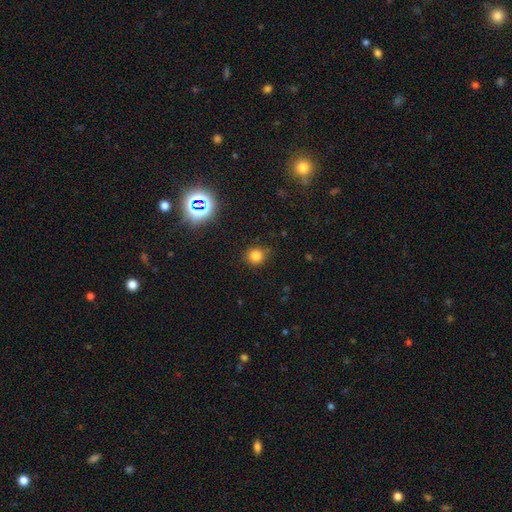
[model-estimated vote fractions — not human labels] This is likely a smooth galaxy (79%). How rounded: clearly round (87%). Merging: clearly none (82%).